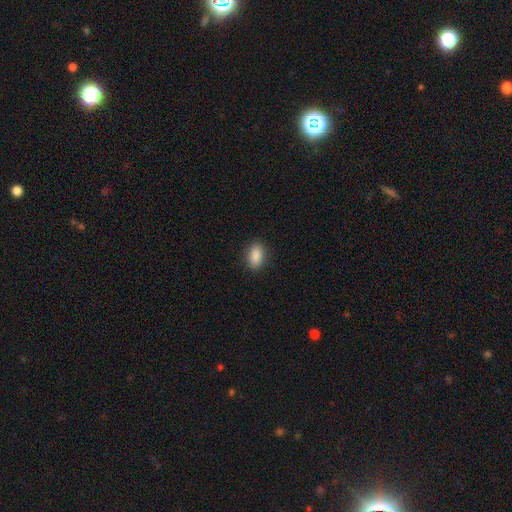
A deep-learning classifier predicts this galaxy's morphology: Q: Smooth or featured?
A: smooth (89%); runner-up: star or artifact (8%)
Q: How rounded?
A: in between (89%); runner-up: round (8%)
Q: Merging?
A: none (89%); runner-up: minor disturbance (8%)